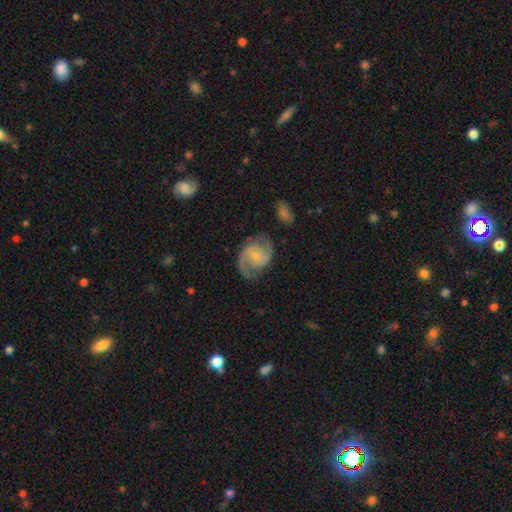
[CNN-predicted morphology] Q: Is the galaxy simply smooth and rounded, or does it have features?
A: featured or disk — 89%.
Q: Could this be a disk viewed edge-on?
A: no — 98%.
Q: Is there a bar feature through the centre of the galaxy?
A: weak — 54%.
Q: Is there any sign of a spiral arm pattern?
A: yes — 97%.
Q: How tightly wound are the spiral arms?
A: medium — 59%.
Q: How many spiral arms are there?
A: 2 — 92%.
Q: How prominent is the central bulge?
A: small — 58%.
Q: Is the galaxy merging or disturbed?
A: none — 79%.